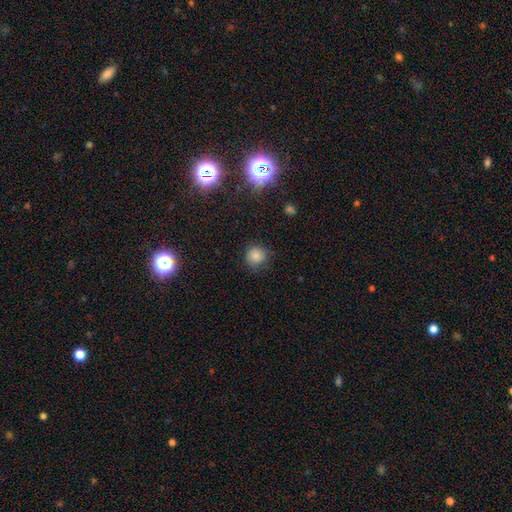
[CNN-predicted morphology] smooth 81%, star or artifact 12%, featured or disk 7%. Down the decision tree: how rounded — round (88%); merging — none (72%).